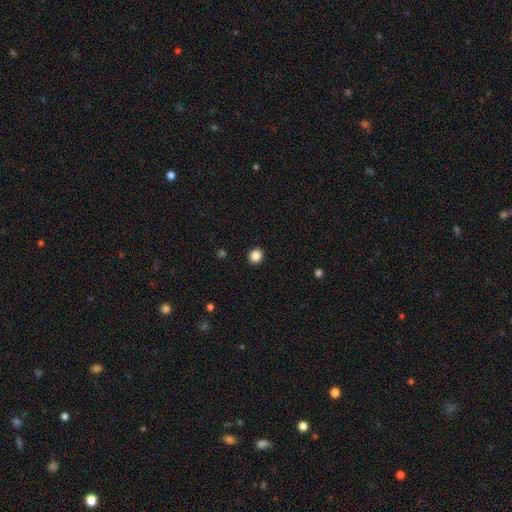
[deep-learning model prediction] smooth-or-featured: smooth: 86% | star or artifact: 11% | featured or disk: 3%
  how-rounded: round: 87% | in between: 12% | cigar-shaped: 1%
  merging: none: 93% | minor disturbance: 5% | major disturbance: 2% | merger: 1%